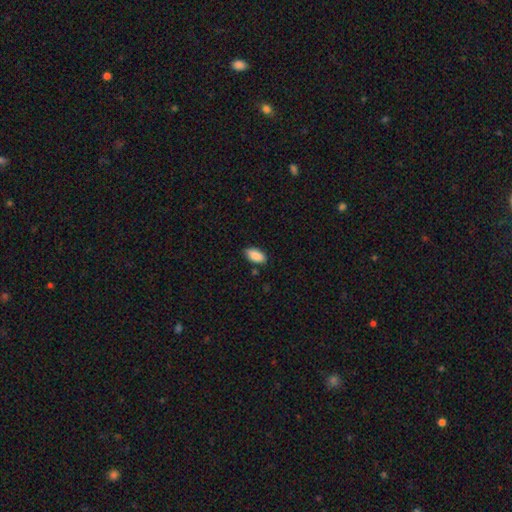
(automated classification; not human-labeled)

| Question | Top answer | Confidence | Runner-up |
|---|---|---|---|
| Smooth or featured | smooth | 88% | star or artifact (7%) |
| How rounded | in between | 93% | cigar-shaped (5%) |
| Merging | none | 84% | minor disturbance (12%) |